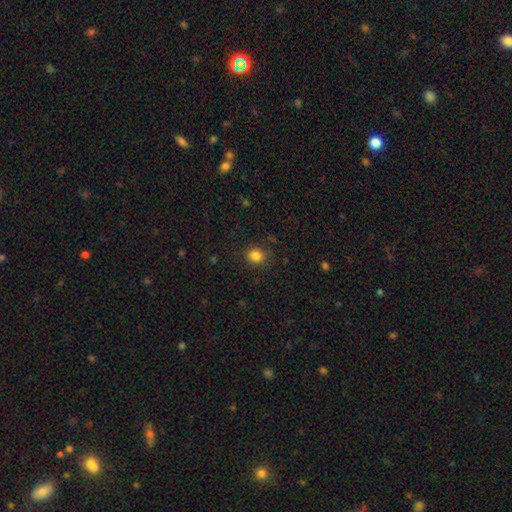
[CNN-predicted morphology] This is clearly a smooth galaxy (84%). How rounded: likely round (77%). Merging: clearly none (87%).